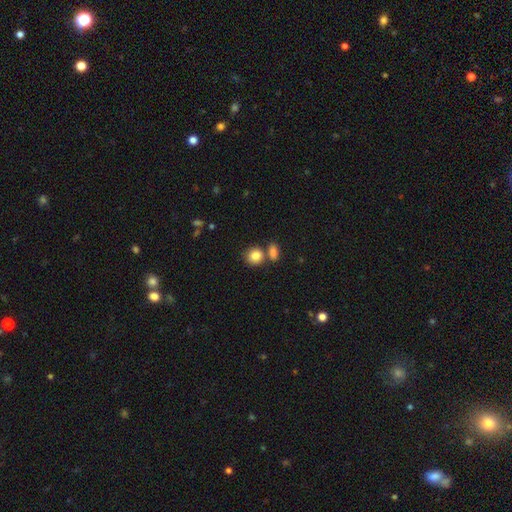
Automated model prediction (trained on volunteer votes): A smooth galaxy with no disk features (85%) that is round (79%).

Vote fractions:
- Smooth or featured? smooth: 85% / star or artifact: 9% / featured or disk: 7%
- How rounded? round: 79% / in between: 20% / cigar-shaped: 1%
- Merging? none: 59% / merger: 28% / minor disturbance: 10% / major disturbance: 3%